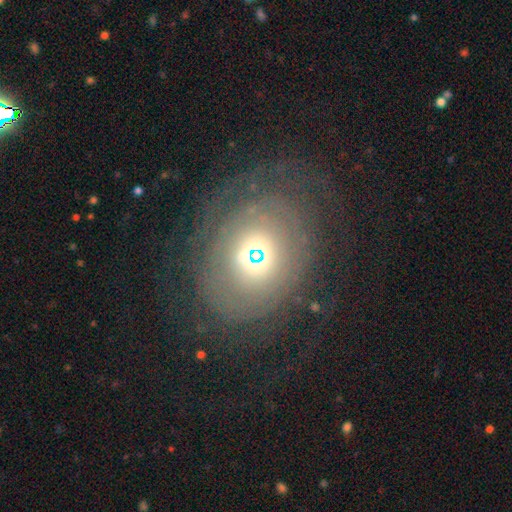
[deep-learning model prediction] This is possibly a featured or disk galaxy (57%). It is clearly not viewed edge-on (93%). Bar: likely no (73%). Spiral arm pattern: possibly yes (52%). Central bulge: possibly moderate (47%). Merging: likely none (64%).